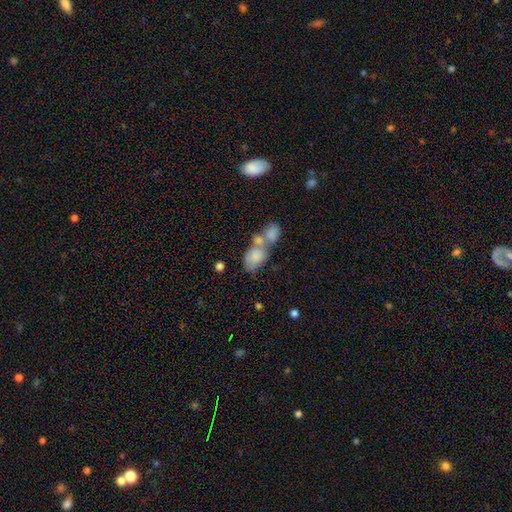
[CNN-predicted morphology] A smooth galaxy with no disk features (75%) that is in between round and cigar-shaped (85%). Merging: merger (67%).